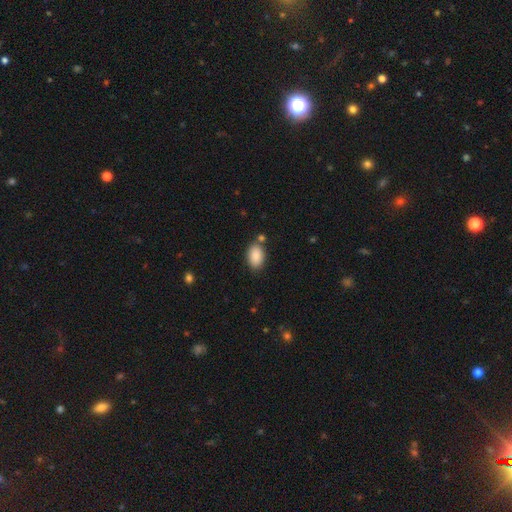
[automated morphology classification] smooth-or-featured: smooth: 89% | star or artifact: 7% | featured or disk: 4%
  how-rounded: in between: 92% | round: 6% | cigar-shaped: 1%
  merging: none: 78% | minor disturbance: 12% | merger: 7% | major disturbance: 3%